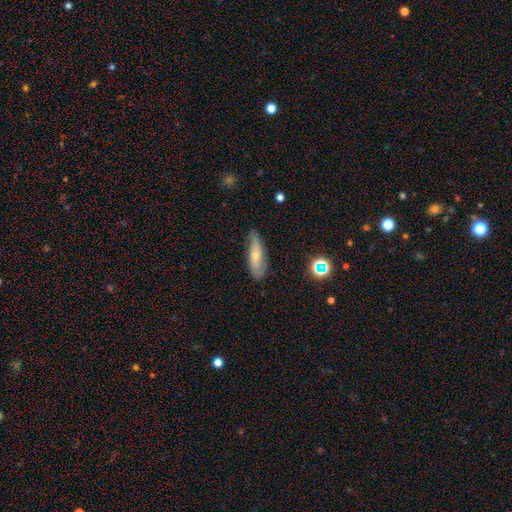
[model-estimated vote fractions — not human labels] Smooth or featured? Predicted: smooth (p=0.50). Merging? Predicted: none (p=0.67).